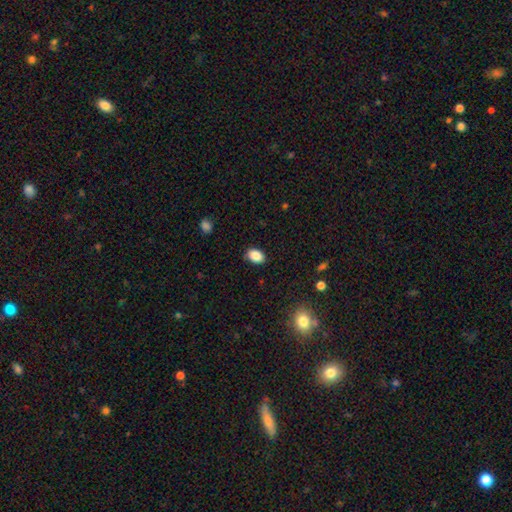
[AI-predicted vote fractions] Overall: smooth (88%). How rounded: in between (83%). Merging: none (84%).